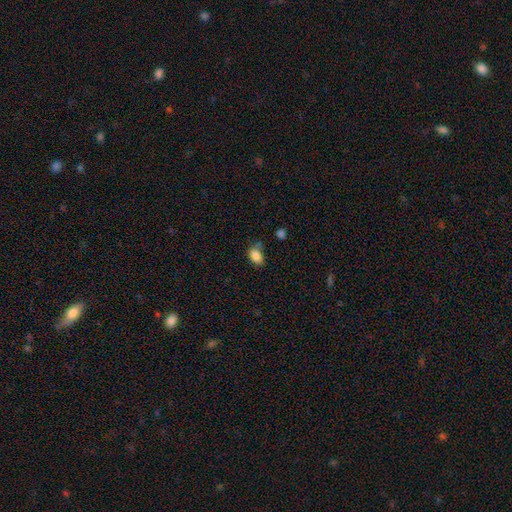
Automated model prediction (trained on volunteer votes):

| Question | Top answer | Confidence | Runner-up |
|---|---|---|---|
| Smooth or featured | smooth | 84% | star or artifact (9%) |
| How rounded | in between | 80% | round (19%) |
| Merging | none | 56% | minor disturbance (30%) |